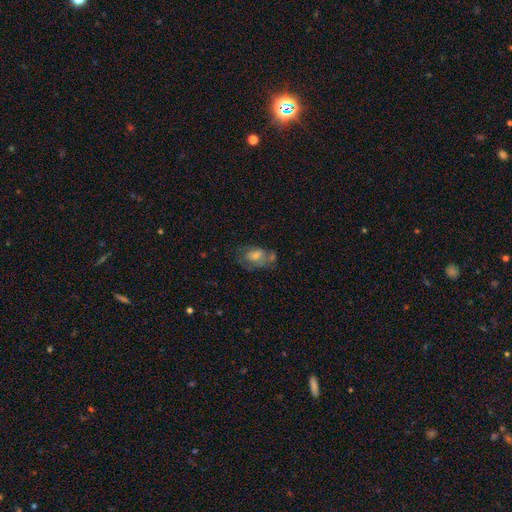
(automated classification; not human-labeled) Smooth or featured: smooth — 57% (featured or disk — 35%)
How rounded: in between — 84% (round — 14%)
Merging: none — 38% (minor disturbance — 27%)